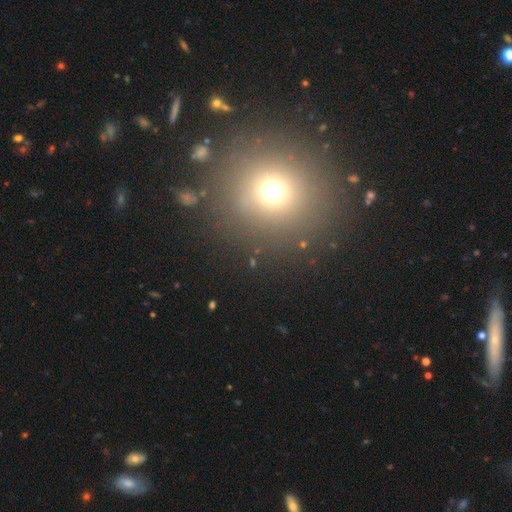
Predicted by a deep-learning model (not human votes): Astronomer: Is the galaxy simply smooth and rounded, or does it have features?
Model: smooth — 62%.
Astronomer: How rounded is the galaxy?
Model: round — 91%.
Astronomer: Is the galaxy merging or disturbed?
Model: none — 89%.